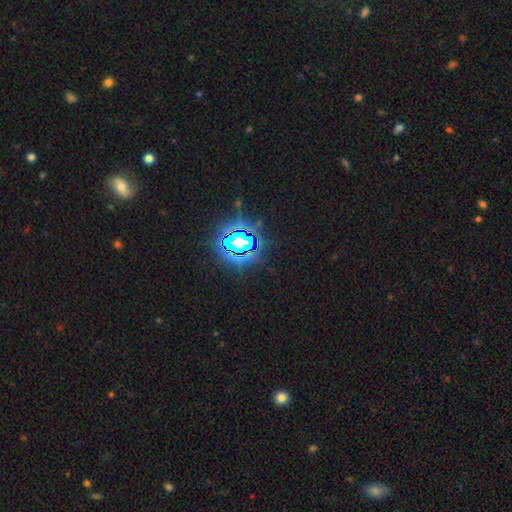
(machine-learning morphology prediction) type=star or artifact (83%).